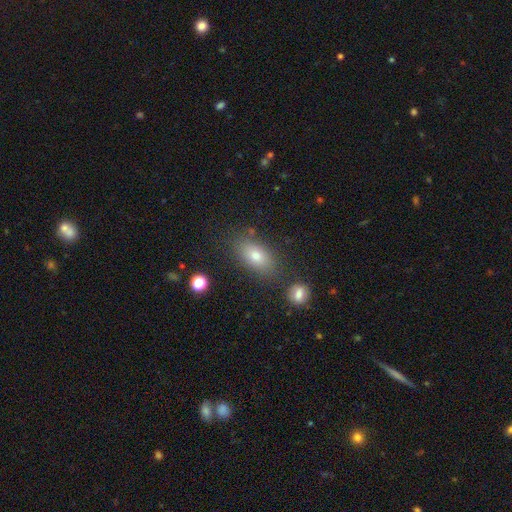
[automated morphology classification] Smooth or featured? smooth (75%)
How rounded? in between (86%)
Merging? none (79%)